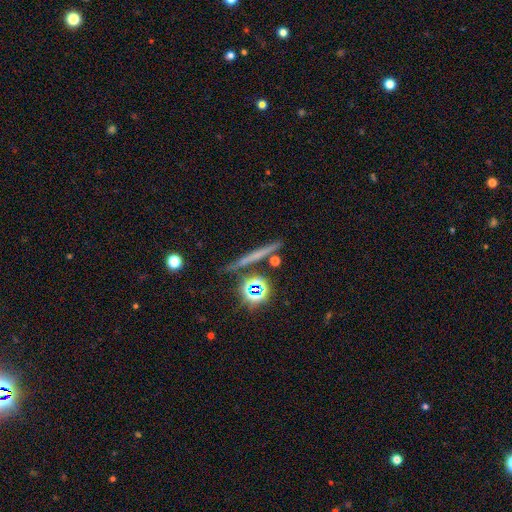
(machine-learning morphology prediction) Smooth or featured? Predicted: smooth (p=0.41). Merging? Predicted: none (p=0.84).